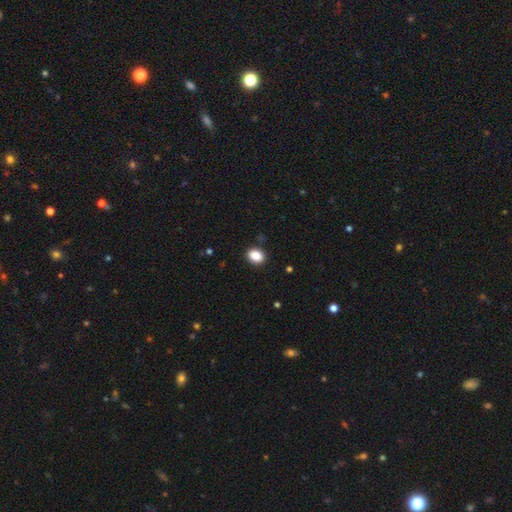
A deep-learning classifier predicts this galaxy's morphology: type=smooth (88%); roundness=in between (68%); merging=none (89%).